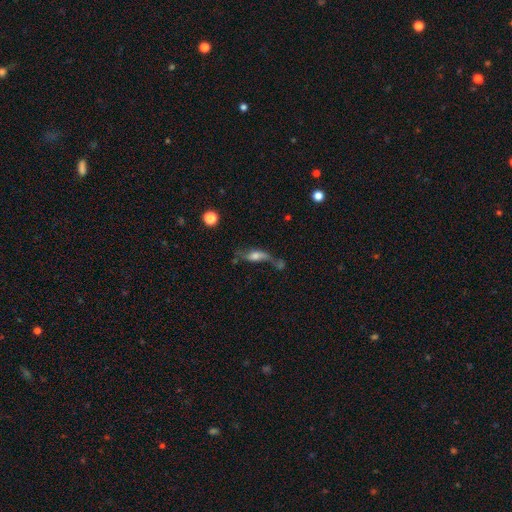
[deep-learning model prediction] This is possibly a smooth galaxy (45%). Merging: marginally none (29%).